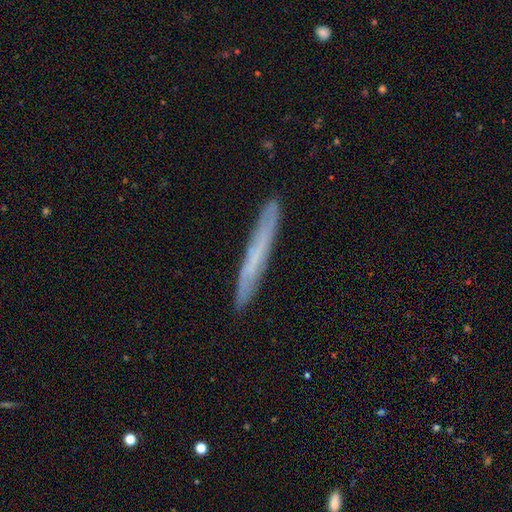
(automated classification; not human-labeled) This is possibly a smooth galaxy (49%). Merging: clearly none (90%).